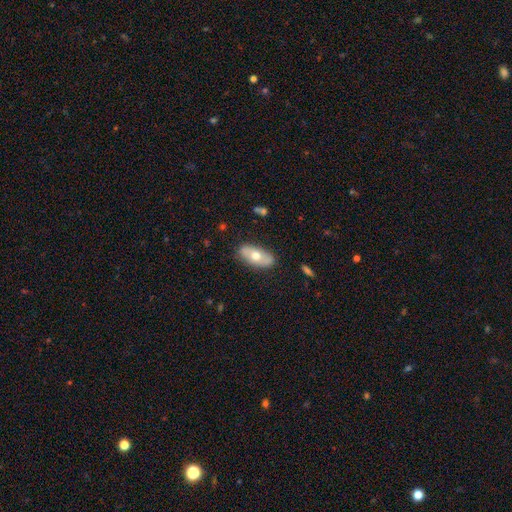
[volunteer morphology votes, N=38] Overall: smooth (50%; featured or disk 47%). How rounded: in between (95%). Merging: none (81%).